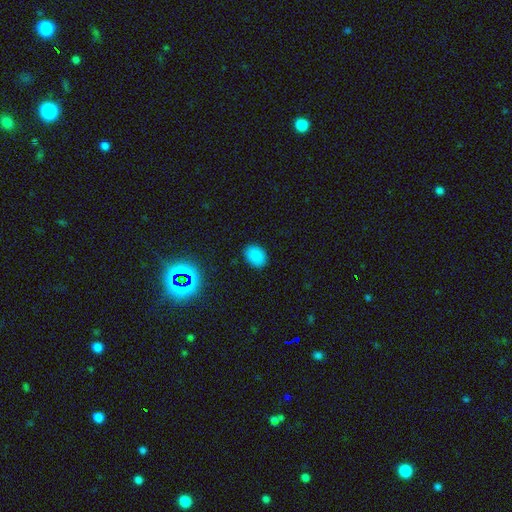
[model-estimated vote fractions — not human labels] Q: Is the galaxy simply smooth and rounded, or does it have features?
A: smooth — 83%.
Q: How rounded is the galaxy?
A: in between — 71%.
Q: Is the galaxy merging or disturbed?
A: none — 87%.